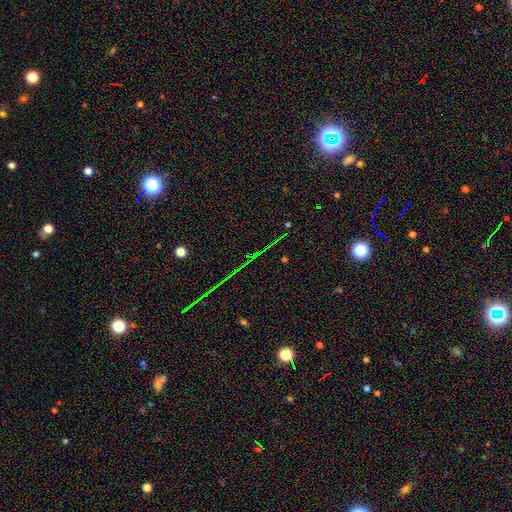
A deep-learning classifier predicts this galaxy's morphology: smooth-or-featured: star or artifact: 78% | featured or disk: 11% | smooth: 11%